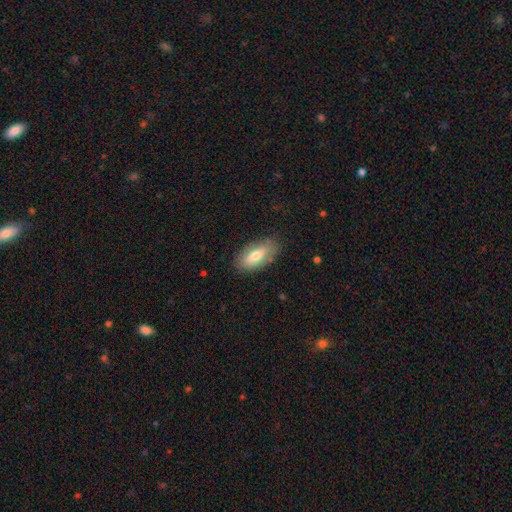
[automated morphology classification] smooth-or-featured: smooth: 66% | featured or disk: 27% | star or artifact: 6%
  how-rounded: in between: 85% | cigar-shaped: 12% | round: 3%
  merging: none: 81% | minor disturbance: 14% | major disturbance: 3% | merger: 1%